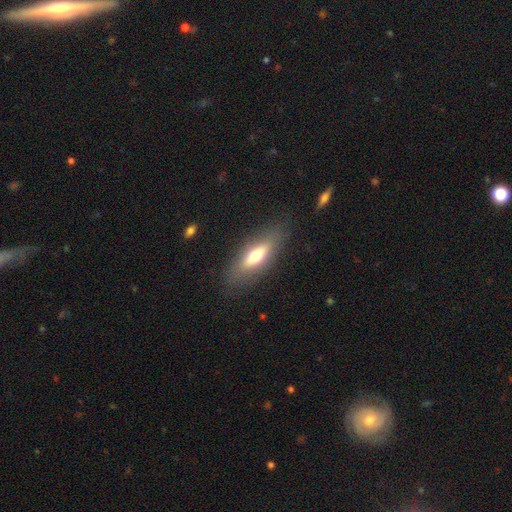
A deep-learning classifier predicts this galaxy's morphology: Smooth or featured? smooth (60%)
How rounded? in between (54%)
Merging? none (83%)